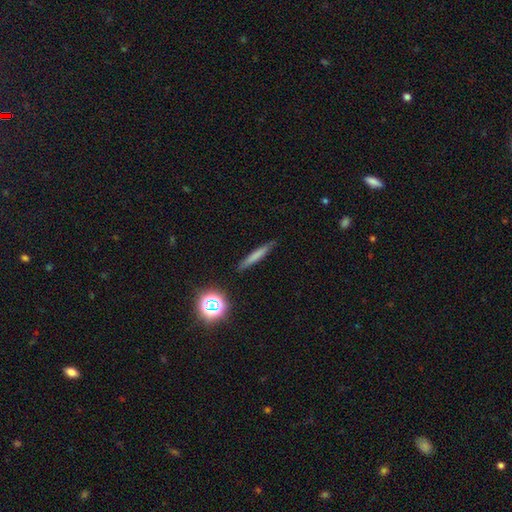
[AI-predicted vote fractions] This is likely a smooth galaxy (66%). How rounded: clearly cigar-shaped (93%). Merging: clearly none (86%).